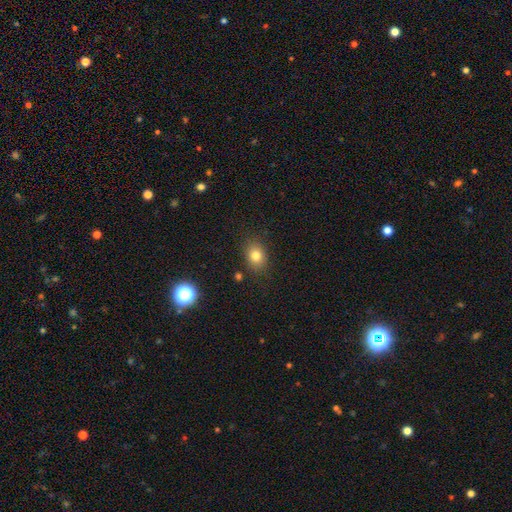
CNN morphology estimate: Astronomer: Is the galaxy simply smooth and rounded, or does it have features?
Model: smooth — 79%.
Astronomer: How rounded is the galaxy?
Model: in between — 55% (runner-up: round, 44%).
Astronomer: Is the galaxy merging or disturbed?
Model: none — 83%.